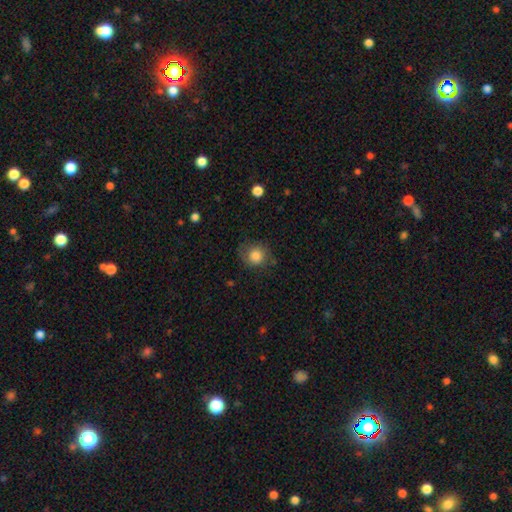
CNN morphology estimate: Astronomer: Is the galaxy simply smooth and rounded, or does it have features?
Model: smooth — 79%.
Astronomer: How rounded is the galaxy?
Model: round — 80%.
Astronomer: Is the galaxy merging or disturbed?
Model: none — 68%.